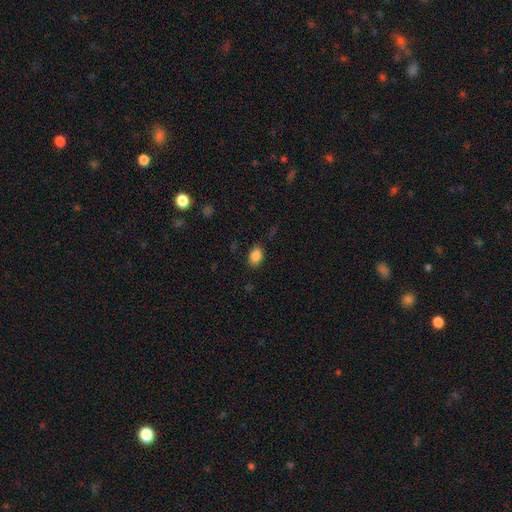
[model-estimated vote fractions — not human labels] Smooth or featured? Predicted: smooth (p=0.86). How rounded? Predicted: in between (p=0.77). Merging? Predicted: none (p=0.82).